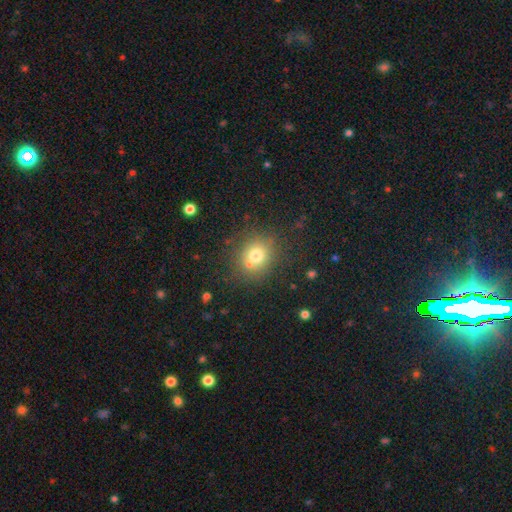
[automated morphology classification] smooth_or_featured: smooth (p=0.74) [alt: star or artifact p=0.14]
how_rounded: round (p=0.77) [alt: in between p=0.22]
merging: none (p=0.74) [alt: minor disturbance p=0.13]